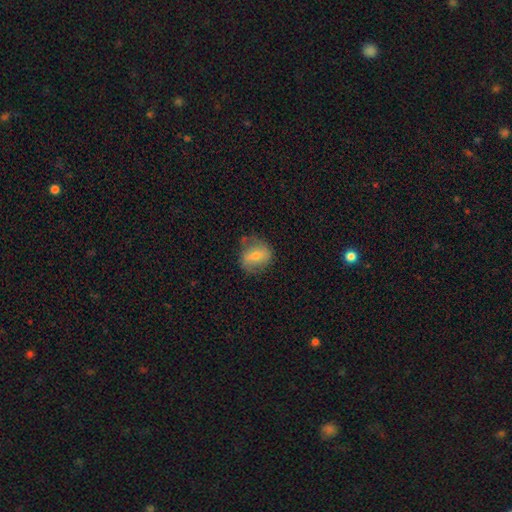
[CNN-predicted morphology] This appears to be a smooth galaxy with no disk features (55%) that is round (65%). Merging: none (69%).